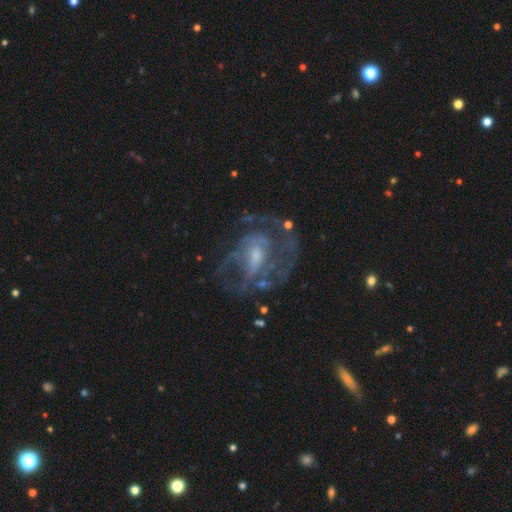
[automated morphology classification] smooth-or-featured: featured or disk: 80% | smooth: 11% | star or artifact: 9%
  disk-edge-on: no: 96% | yes: 4%
    bar: weak: 43% | no: 41% | strong: 16%
    has-spiral-arms: yes: 73% | no: 27%
      spiral-winding: medium: 44% | tight: 34% | loose: 22%
      spiral-arm-count: can't tell: 39% | 2: 30% | 3: 14% | 1: 7% | 4: 5% | more than 4: 4%
    bulge-size: moderate: 40% | small: 39% | none: 14% | large: 6% | dominant: 1%
  merging: none: 53% | major disturbance: 26% | minor disturbance: 18% | merger: 3%